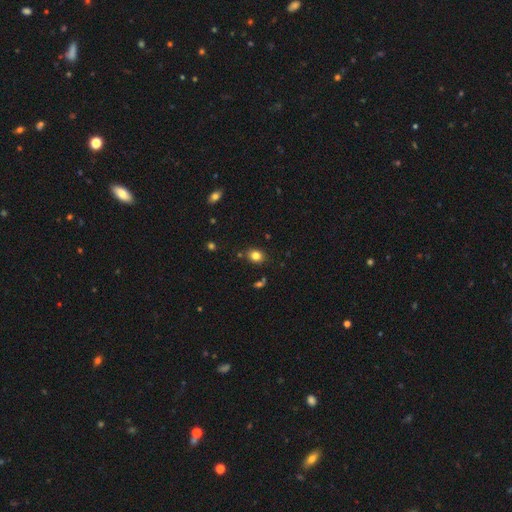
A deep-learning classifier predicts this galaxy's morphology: Smooth or featured?
  - smooth: 81% *
  - star or artifact: 13%
  - featured or disk: 6%
How rounded?
  - round: 56% *
  - in between: 43%
  - cigar-shaped: 1%
Merging?
  - none: 82% *
  - minor disturbance: 11%
  - merger: 4%
  - major disturbance: 3%